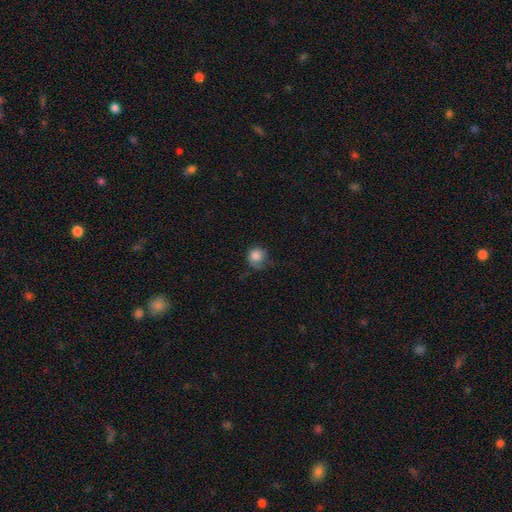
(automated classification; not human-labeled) Overall: smooth (82%). How rounded: round (84%). Merging: none (48%; minor disturbance 31%).